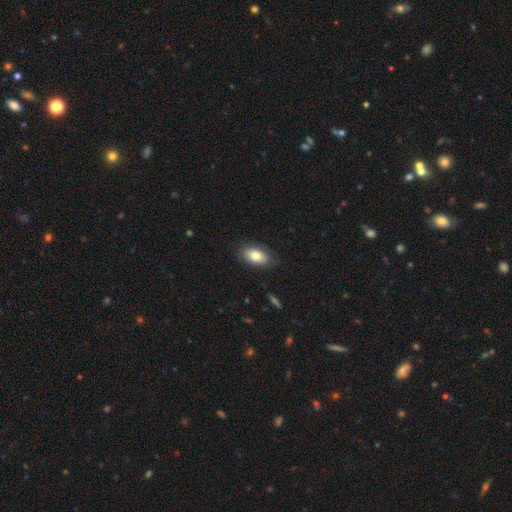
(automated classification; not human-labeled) The model was most divided on "smooth or featured": smooth: 78%, featured or disk: 15%, star or artifact: 7%. More confident: how rounded — in between (91%); merging — none (83%).